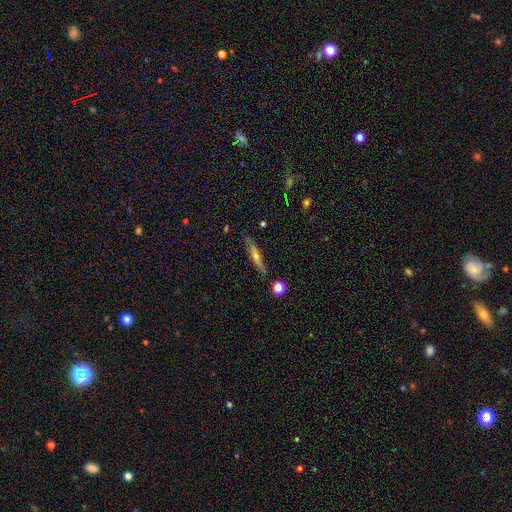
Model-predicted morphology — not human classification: A featured or disk galaxy (65%) viewed edge-on (92%) with a rounded central bulge (77%). Merging: none (82%).